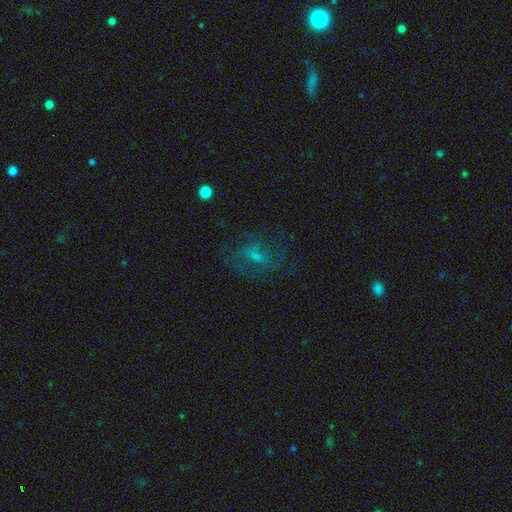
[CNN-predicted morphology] This is possibly a featured or disk galaxy (49%). Merging: likely none (62%).